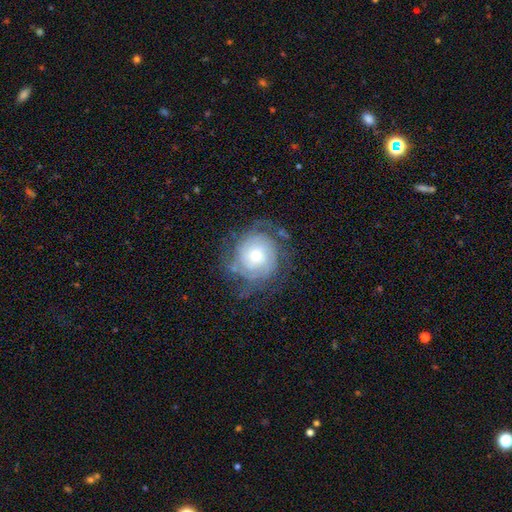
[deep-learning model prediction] Q: Smooth or featured?
A: featured or disk (77%); runner-up: smooth (17%)
Q: Edge-on disk?
A: no (98%); runner-up: yes (2%)
Q: Bar?
A: no (79%); runner-up: weak (17%)
Q: Spiral arms?
A: yes (91%); runner-up: no (9%)
Q: Spiral winding?
A: tight (72%); runner-up: medium (21%)
Q: Spiral arm count?
A: can't tell (42%); runner-up: 2 (22%)
Q: Bulge size?
A: moderate (51%); runner-up: small (39%)
Q: Merging?
A: none (69%); runner-up: minor disturbance (18%)